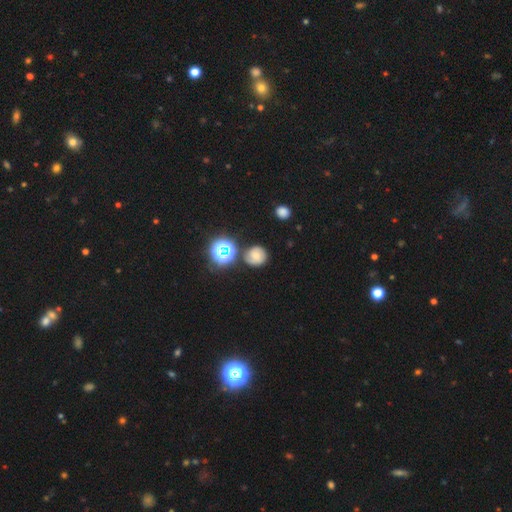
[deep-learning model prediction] A smooth galaxy with no disk features (59%) that is round (87%). Merging: none (77%).